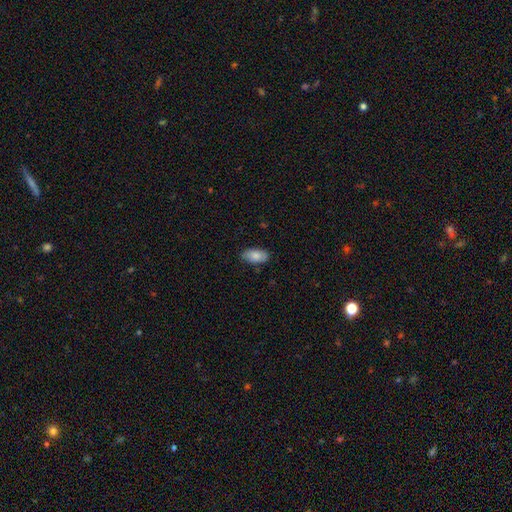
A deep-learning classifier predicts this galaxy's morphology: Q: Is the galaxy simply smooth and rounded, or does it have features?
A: smooth — 83%.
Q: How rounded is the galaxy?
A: in between — 94%.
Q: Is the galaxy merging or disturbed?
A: none — 85%.